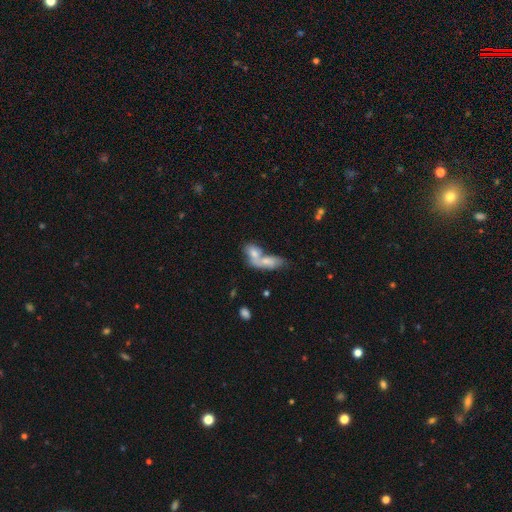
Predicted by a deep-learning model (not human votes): A smooth galaxy with no disk features (67%) that is in between round and cigar-shaped (78%).

Vote fractions:
- Smooth or featured? smooth: 67% / featured or disk: 24% / star or artifact: 8%
- How rounded? in between: 78% / round: 12% / cigar-shaped: 10%
- Merging? merger: 72% / none: 17% / minor disturbance: 6% / major disturbance: 5%